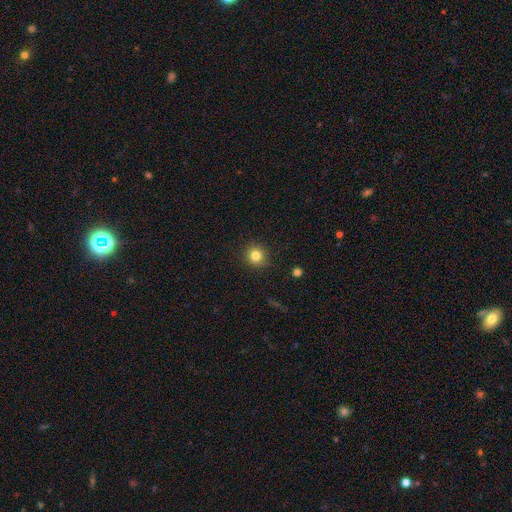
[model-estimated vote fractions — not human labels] Smooth or featured? Predicted: smooth (p=0.81). How rounded? Predicted: round (p=0.92). Merging? Predicted: none (p=0.89).